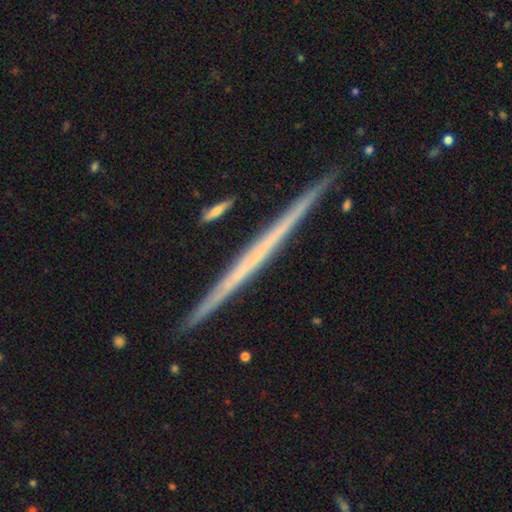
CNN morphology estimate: Smooth or featured: featured or disk — 68% (smooth — 25%)
Edge-on disk: yes — 98% (no — 2%)
Edge-on bulge: none — 92% (rounded — 5%)
Merging: none — 91% (minor disturbance — 6%)